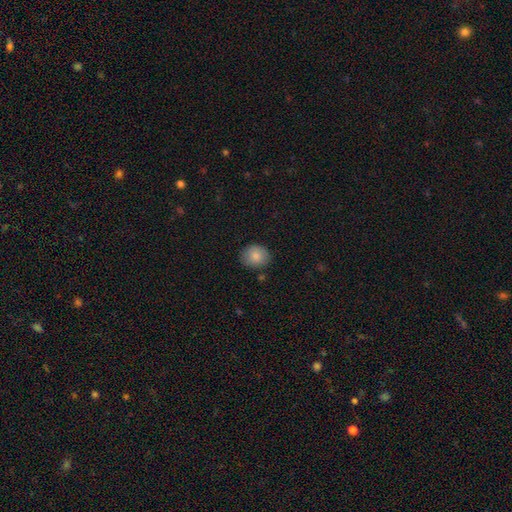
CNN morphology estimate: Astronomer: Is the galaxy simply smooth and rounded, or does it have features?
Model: smooth — 85%.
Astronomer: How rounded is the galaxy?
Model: round — 65%.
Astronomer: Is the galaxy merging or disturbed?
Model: none — 82%.